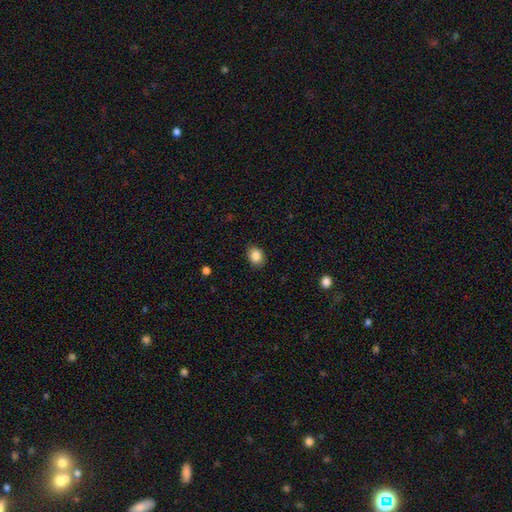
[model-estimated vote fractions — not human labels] Smooth or featured? smooth (87%)
How rounded? in between (56%)
Merging? none (87%)